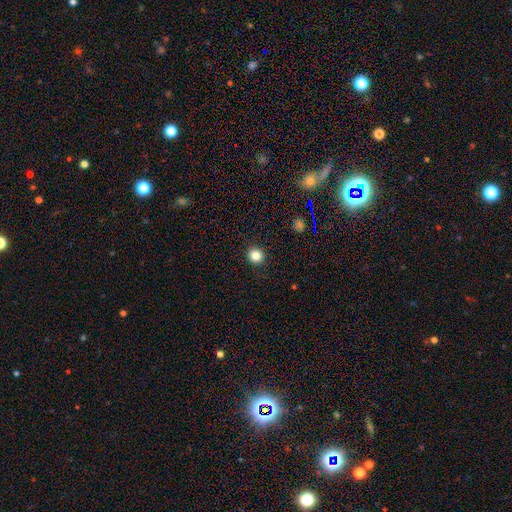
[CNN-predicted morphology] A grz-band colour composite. It shows a smooth galaxy with no disk features (84%) that is round (90%). Merging: none (92%).